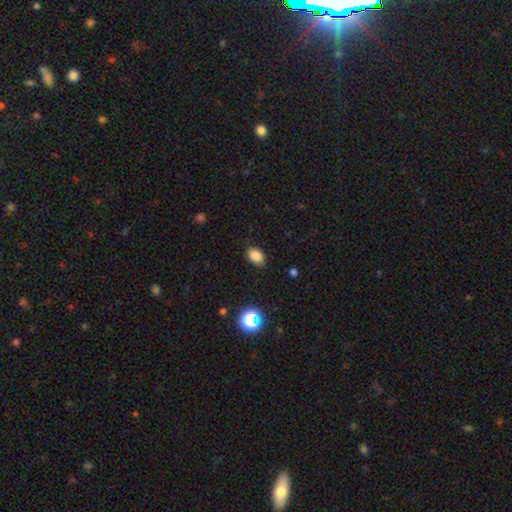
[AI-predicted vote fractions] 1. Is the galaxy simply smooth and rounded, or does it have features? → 84% smooth, 12% star or artifact, 4% featured or disk.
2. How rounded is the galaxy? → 81% in between, 18% round, 1% cigar-shaped.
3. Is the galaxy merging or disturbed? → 84% none, 12% minor disturbance, 3% major disturbance, 1% merger.